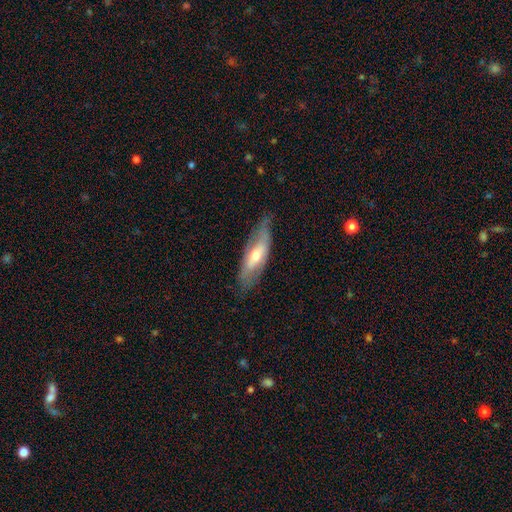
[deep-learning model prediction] Overall: featured or disk (51%; smooth 43%). Edge-on disk: no (59%; yes 41%). Merging: none (70%).